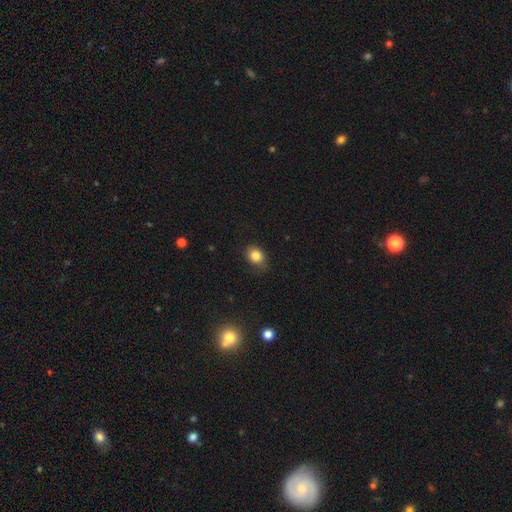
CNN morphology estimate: Smooth or featured: smooth — 83% (star or artifact — 10%)
How rounded: in between — 55% (round — 44%)
Merging: none — 69% (minor disturbance — 24%)